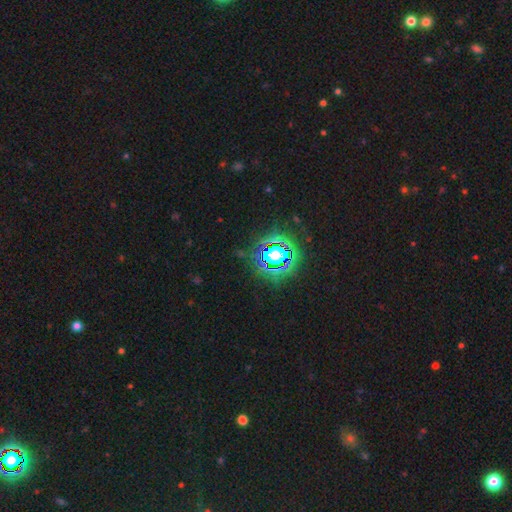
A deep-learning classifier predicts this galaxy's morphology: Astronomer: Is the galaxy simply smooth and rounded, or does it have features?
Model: star or artifact — 83%.